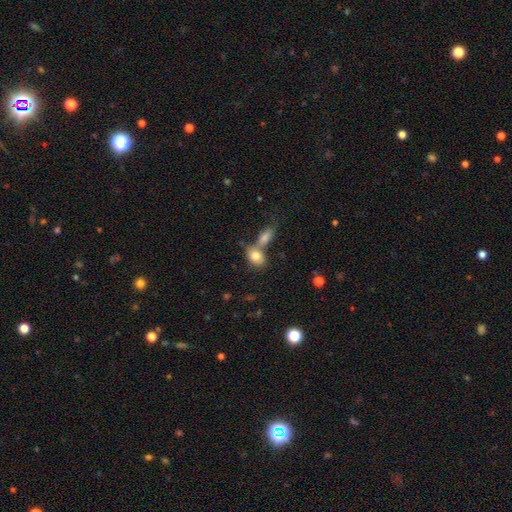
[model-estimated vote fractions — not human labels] This appears to be a smooth galaxy with no disk features (81%) that is in between round and cigar-shaped (76%). Merging: merger (49%).